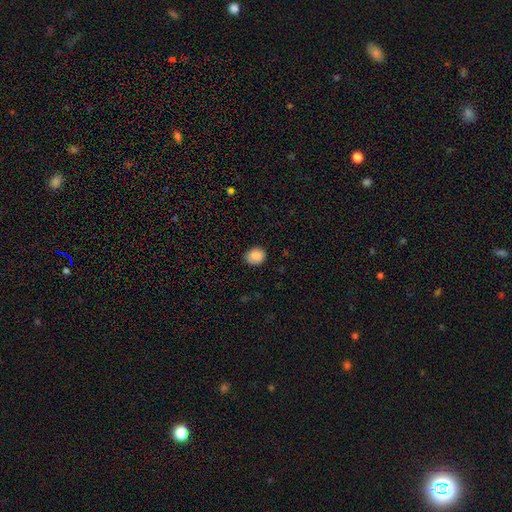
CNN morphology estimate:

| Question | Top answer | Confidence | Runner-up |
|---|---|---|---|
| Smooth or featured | smooth | 86% | star or artifact (8%) |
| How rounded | round | 59% | in between (40%) |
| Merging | none | 84% | minor disturbance (13%) |